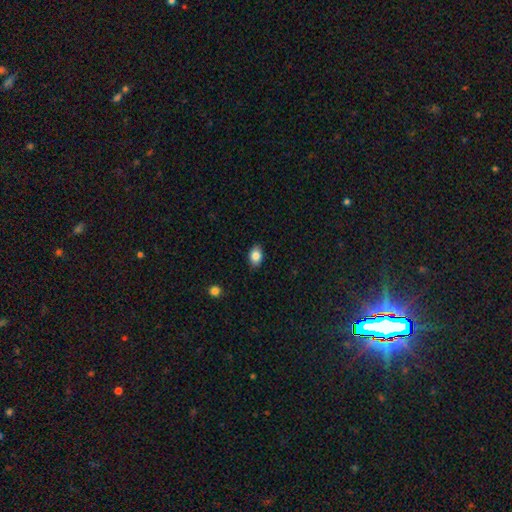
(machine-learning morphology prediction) This appears to be a smooth galaxy with no disk features (85%) that is in between round and cigar-shaped (80%). Merging: none (86%).